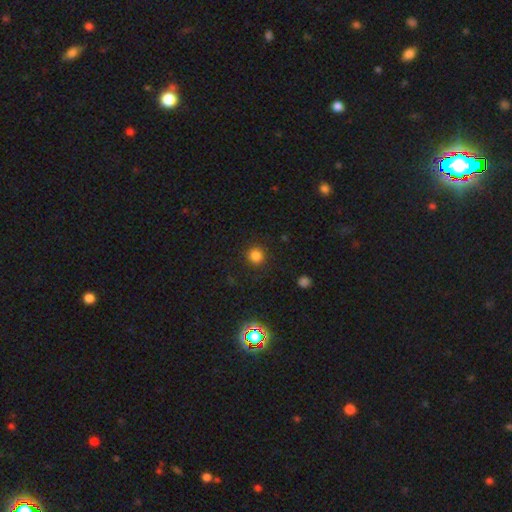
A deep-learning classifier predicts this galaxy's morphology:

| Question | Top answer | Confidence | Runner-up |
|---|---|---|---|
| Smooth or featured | smooth | 81% | star or artifact (15%) |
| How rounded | round | 93% | in between (6%) |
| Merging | none | 90% | minor disturbance (6%) |